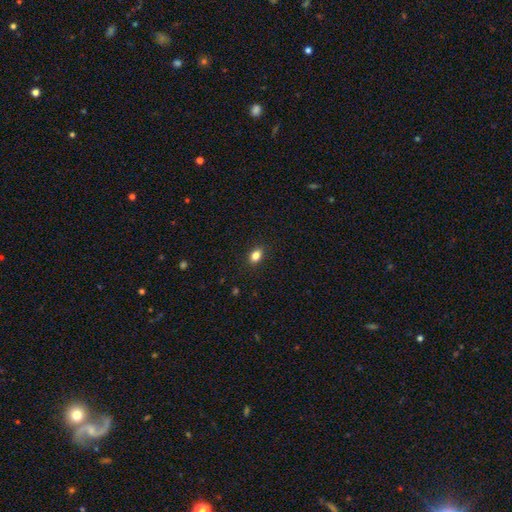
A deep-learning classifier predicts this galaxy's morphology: Smooth or featured: smooth — 84% (star or artifact — 10%)
How rounded: in between — 78% (round — 20%)
Merging: none — 89% (minor disturbance — 8%)